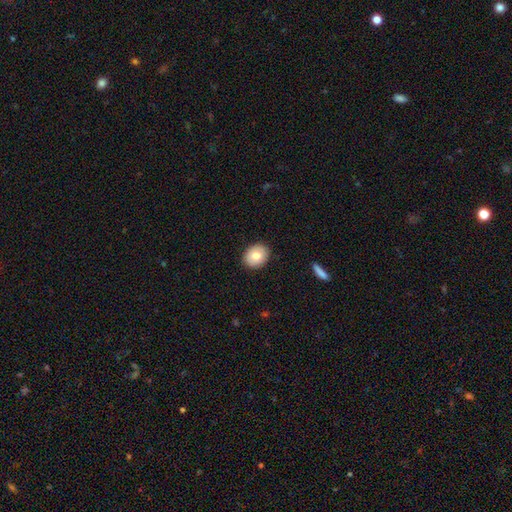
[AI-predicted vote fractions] Smooth or featured? Predicted: smooth (p=0.76). How rounded? Predicted: round (p=0.51). Merging? Predicted: none (p=0.90).